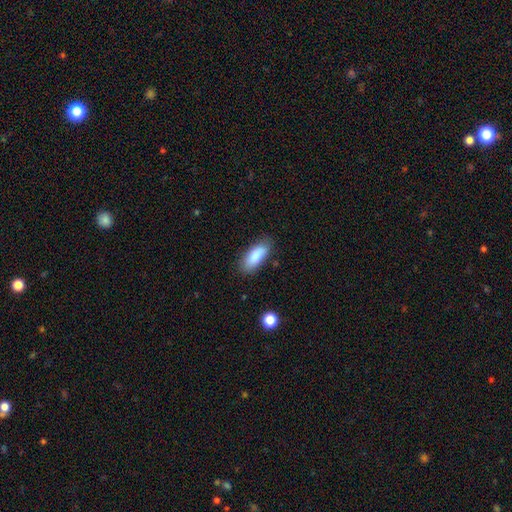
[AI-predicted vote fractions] A smooth galaxy with no disk features (86%) that is in between round and cigar-shaped (79%).

Vote fractions:
- Smooth or featured? smooth: 86% / featured or disk: 8% / star or artifact: 6%
- How rounded? in between: 79% / cigar-shaped: 19% / round: 2%
- Merging? none: 79% / minor disturbance: 16% / major disturbance: 3% / merger: 2%